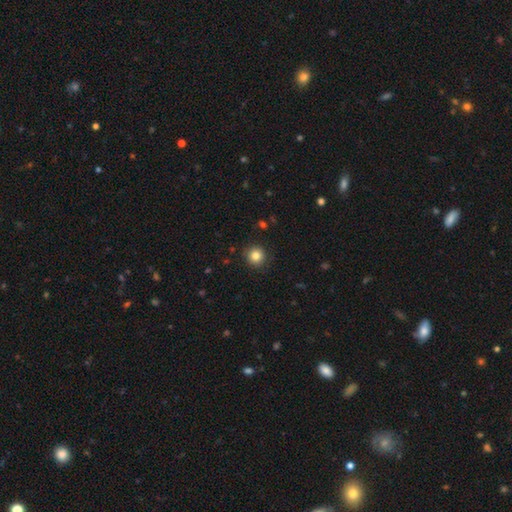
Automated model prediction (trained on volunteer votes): Morphology: type=smooth (83%); roundness=round (94%); merging=none (90%).